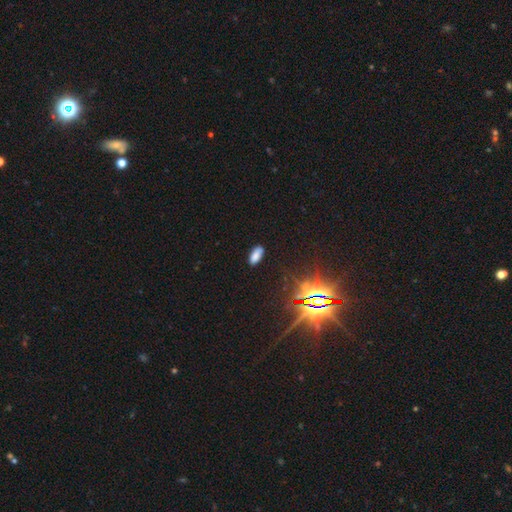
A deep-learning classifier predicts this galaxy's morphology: smooth 76%, star or artifact 17%, featured or disk 7%. Down the decision tree: how rounded — in between (86%); merging — none (83%).